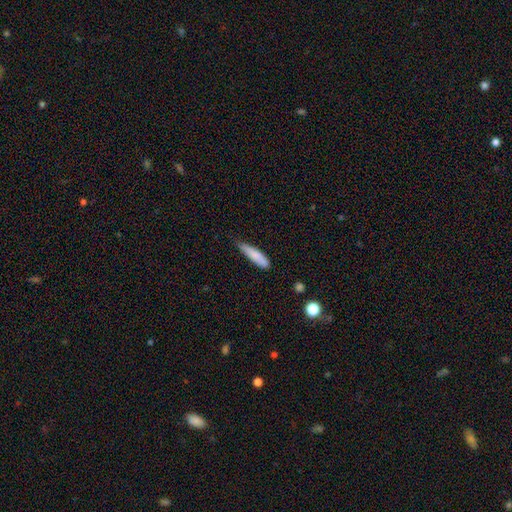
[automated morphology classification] Smooth or featured? smooth (81%)
How rounded? cigar-shaped (74%)
Merging? none (59%)